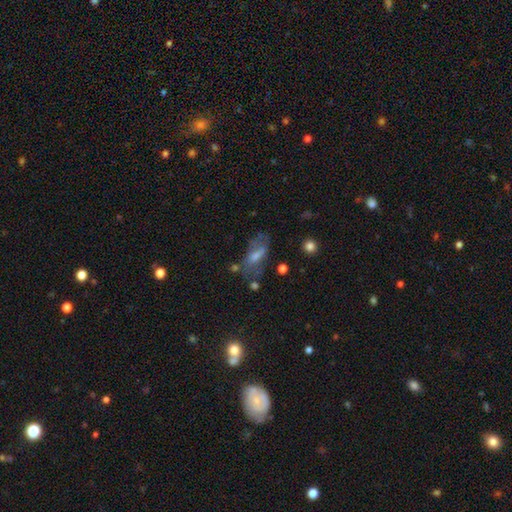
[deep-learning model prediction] This appears to be a featured or disk galaxy (47%). Merging: none (54%).